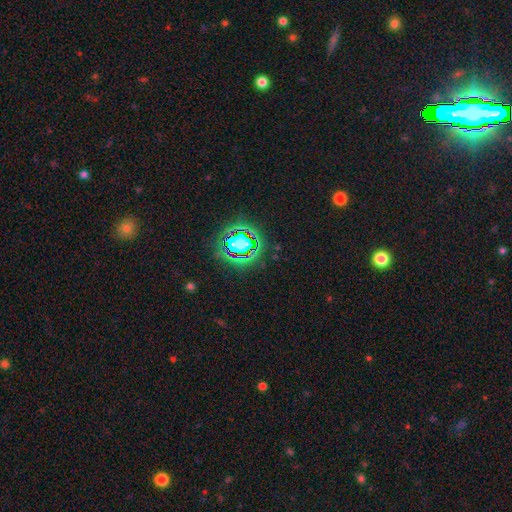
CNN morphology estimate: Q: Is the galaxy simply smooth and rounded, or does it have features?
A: star or artifact — 82%.